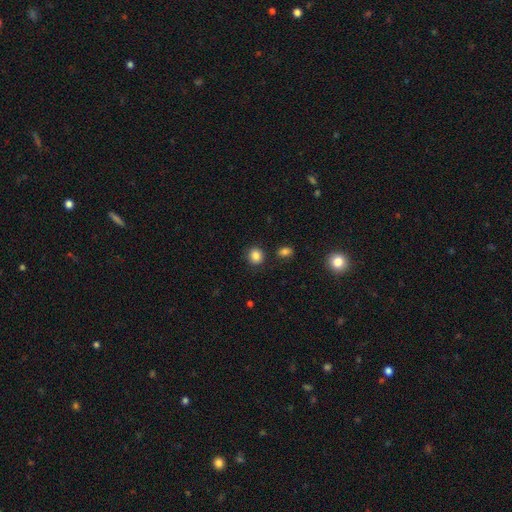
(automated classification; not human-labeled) This is clearly a smooth galaxy (85%). How rounded: clearly round (83%). Merging: clearly none (86%).